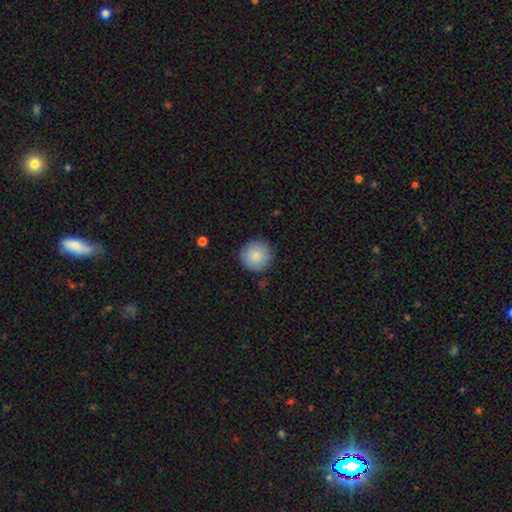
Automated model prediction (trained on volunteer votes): A smooth galaxy with no disk features (85%) that is round (95%).

Vote fractions:
- Smooth or featured? smooth: 85% / featured or disk: 7% / star or artifact: 7%
- How rounded? round: 95% / in between: 4% / cigar-shaped: 1%
- Merging? none: 88% / minor disturbance: 9% / major disturbance: 2% / merger: 1%